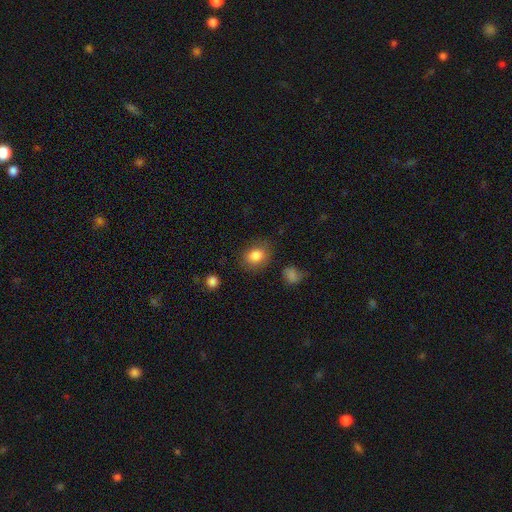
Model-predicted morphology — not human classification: Overall: smooth (84%). How rounded: in between (56%; round 43%). Merging: none (77%).